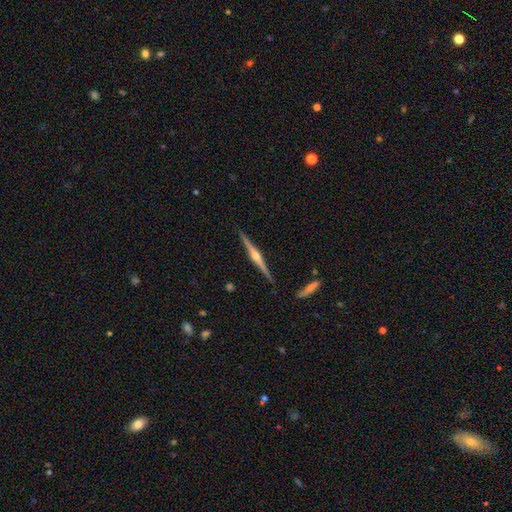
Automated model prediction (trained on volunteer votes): The model was most divided on "smooth or featured": featured or disk: 85%, smooth: 10%, star or artifact: 5%. More confident: edge-on disk — yes (98%); edge-on bulge — rounded (93%); merging — none (88%).